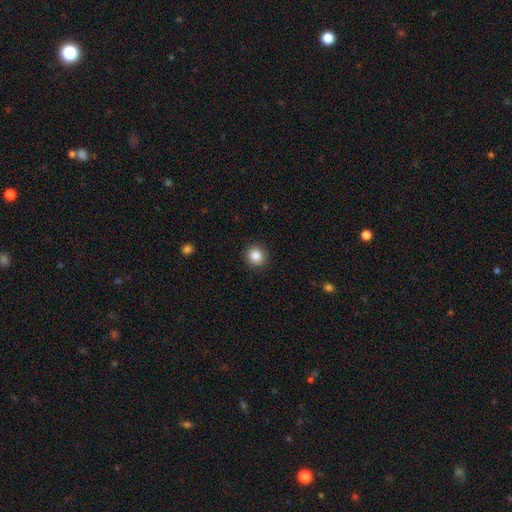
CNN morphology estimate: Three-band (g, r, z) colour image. It shows a smooth galaxy with no disk features (86%) that is round (91%). Merging: none (91%).